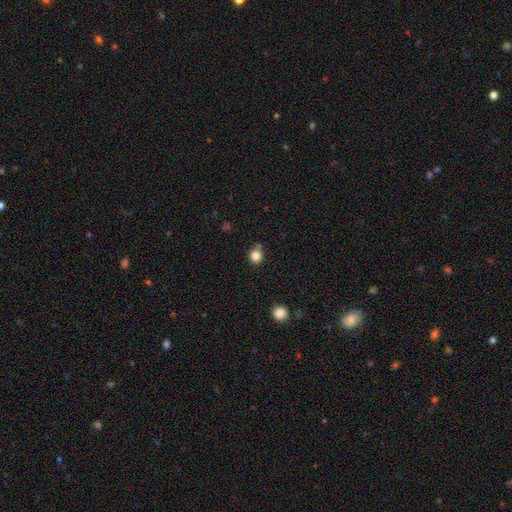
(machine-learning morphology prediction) smooth 83%, star or artifact 12%, featured or disk 5%. Down the decision tree: how rounded — round (85%); merging — none (71%).